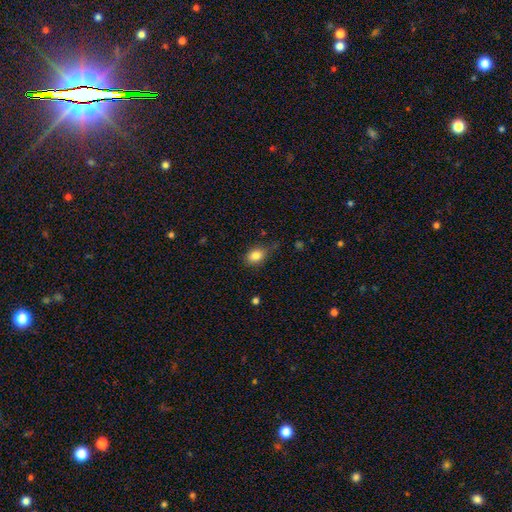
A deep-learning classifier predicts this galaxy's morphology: The model was most divided on "how rounded": in between: 65%, round: 34%, cigar-shaped: 2%. More confident: smooth or featured — smooth (83%); merging — none (65%).